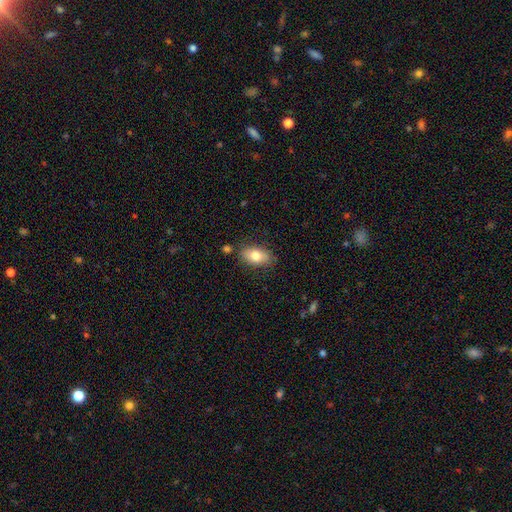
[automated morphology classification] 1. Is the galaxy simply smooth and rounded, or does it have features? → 79% smooth, 14% featured or disk, 7% star or artifact.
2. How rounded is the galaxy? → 90% in between, 8% round, 3% cigar-shaped.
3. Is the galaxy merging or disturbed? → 80% none, 14% minor disturbance, 3% merger, 3% major disturbance.